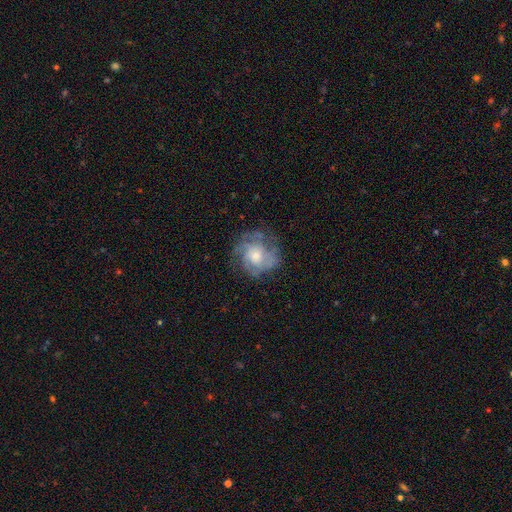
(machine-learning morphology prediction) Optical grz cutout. It shows a featured or disk galaxy (73%) with no bar (78%), tight (54%) spiral arms (87%) and a moderate central bulge (51%). Merging: none (67%).